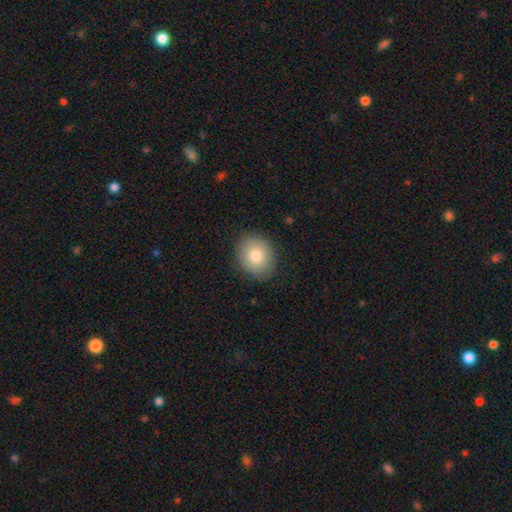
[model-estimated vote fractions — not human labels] smooth 79%, featured or disk 12%, star or artifact 8%. Down the decision tree: how rounded — round (64%); merging — none (86%).